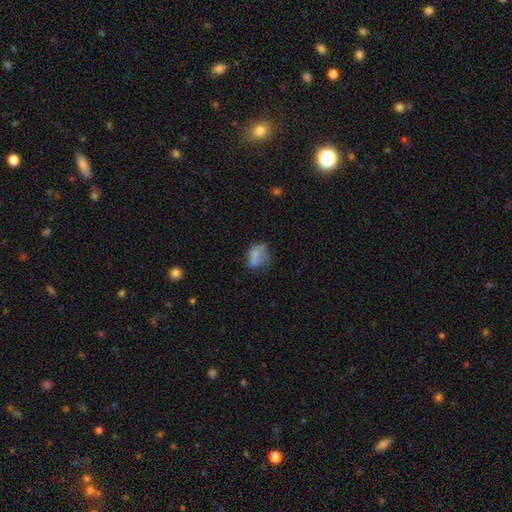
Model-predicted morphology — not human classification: The model was most divided on "merging": none: 31%, major disturbance: 25%, minor disturbance: 23%, merger: 21%. More confident: how rounded — in between (68%); smooth or featured — smooth (58%).